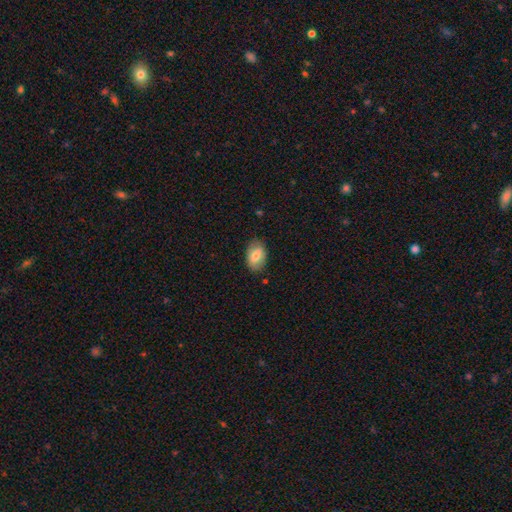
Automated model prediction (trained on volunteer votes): Morphology: type=smooth (77%); roundness=in between (91%); merging=none (81%).